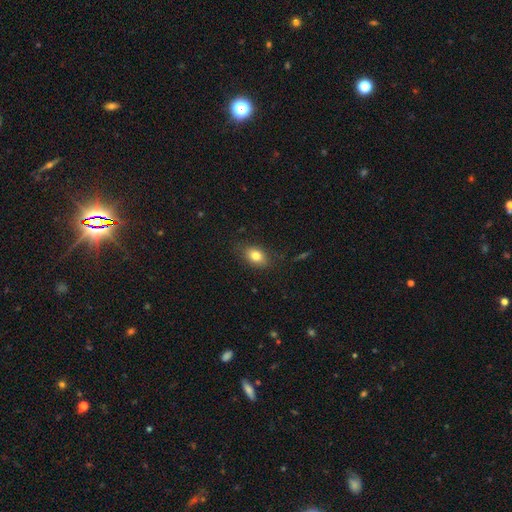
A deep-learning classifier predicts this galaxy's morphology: Smooth or featured?
  - smooth: 80% *
  - featured or disk: 10%
  - star or artifact: 9%
How rounded?
  - in between: 79% *
  - round: 19%
  - cigar-shaped: 2%
Merging?
  - none: 80% *
  - minor disturbance: 15%
  - major disturbance: 4%
  - merger: 1%